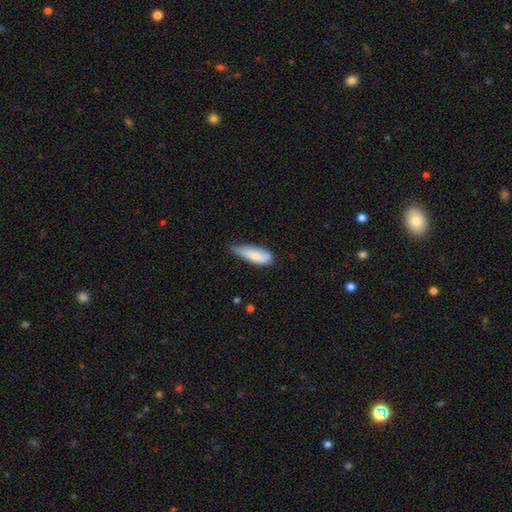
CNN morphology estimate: This is likely a smooth galaxy (79%). How rounded: likely in between (64%). Merging: possibly minor disturbance (52%).